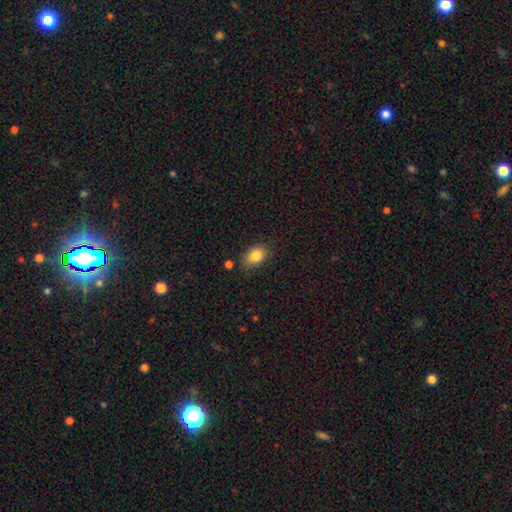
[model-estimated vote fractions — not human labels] Smooth or featured: smooth — 85% (star or artifact — 9%)
How rounded: in between — 81% (round — 17%)
Merging: none — 77% (minor disturbance — 16%)